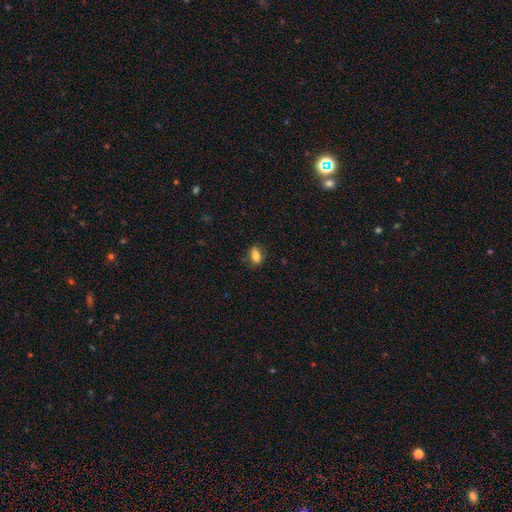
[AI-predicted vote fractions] The model was most divided on "merging": none: 81%, minor disturbance: 14%, major disturbance: 3%, merger: 1%. More confident: how rounded — in between (82%); smooth or featured — smooth (79%).